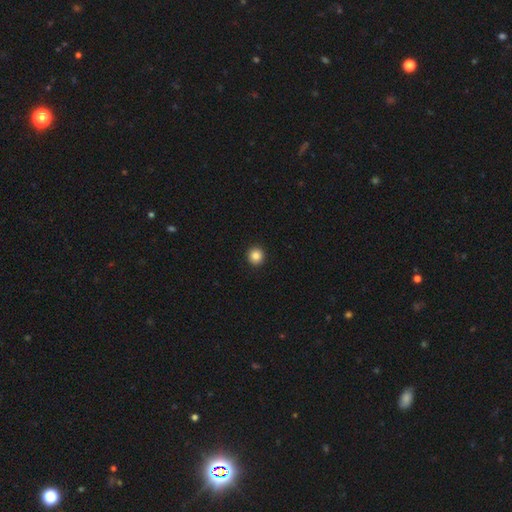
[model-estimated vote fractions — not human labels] smooth_or_featured: smooth (p=0.86) [alt: star or artifact p=0.10]
how_rounded: round (p=0.94) [alt: in between p=0.05]
merging: none (p=0.93) [alt: minor disturbance p=0.04]